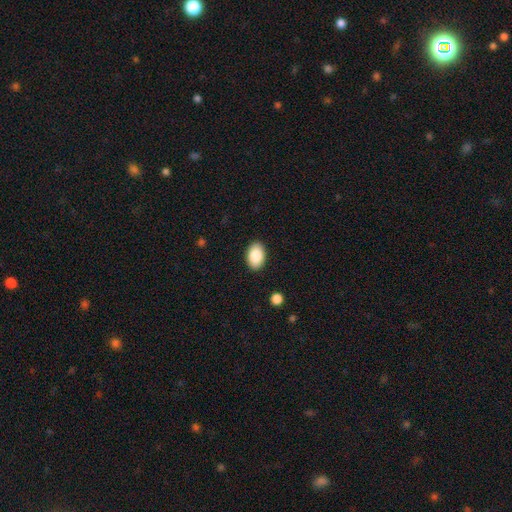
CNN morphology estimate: This appears to be a smooth galaxy with no disk features (87%) that is in between round and cigar-shaped (89%). Merging: none (89%).